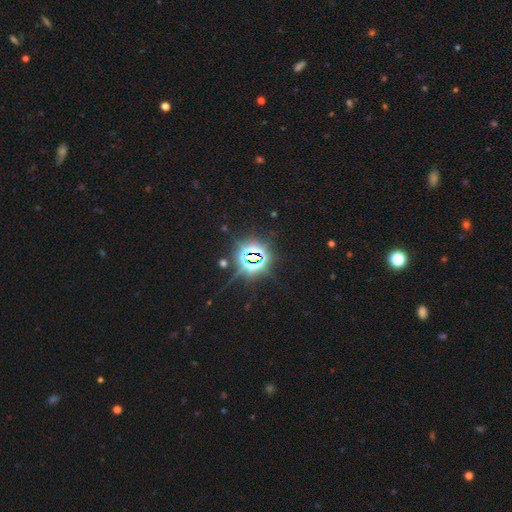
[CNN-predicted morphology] Q: Smooth or featured?
A: star or artifact (82%); runner-up: smooth (11%)